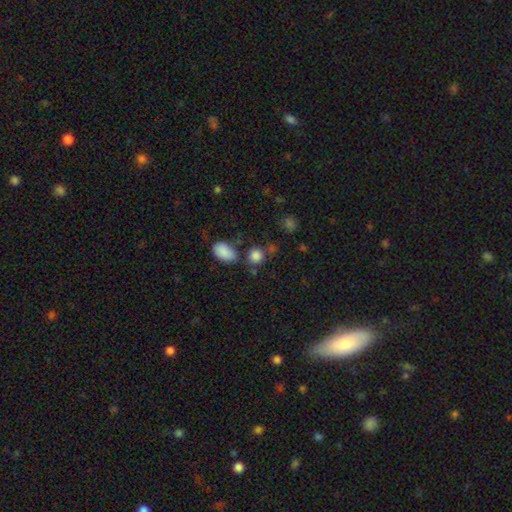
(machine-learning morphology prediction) smooth_or_featured: smooth (p=0.84) [alt: star or artifact p=0.11]
how_rounded: round (p=0.78) [alt: in between p=0.21]
merging: none (p=0.67) [alt: merger p=0.16]